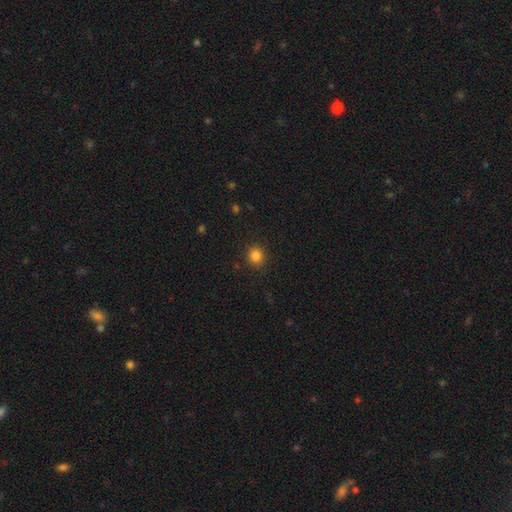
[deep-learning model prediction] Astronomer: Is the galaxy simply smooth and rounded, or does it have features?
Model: smooth — 84%.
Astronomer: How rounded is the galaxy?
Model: round — 86%.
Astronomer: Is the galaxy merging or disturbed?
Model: none — 91%.